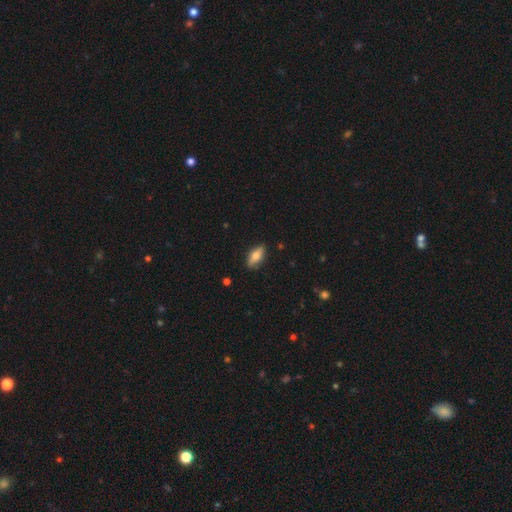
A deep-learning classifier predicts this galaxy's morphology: A smooth galaxy with no disk features (69%) that is in between round and cigar-shaped (76%).

Vote fractions:
- Smooth or featured? smooth: 69% / featured or disk: 24% / star or artifact: 7%
- How rounded? in between: 76% / cigar-shaped: 21% / round: 3%
- Merging? none: 84% / minor disturbance: 13% / major disturbance: 2% / merger: 1%